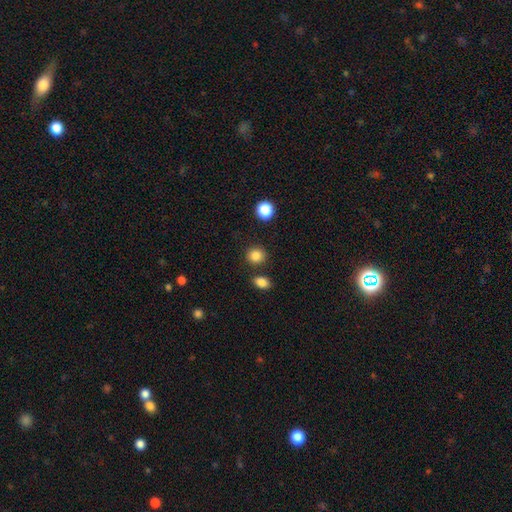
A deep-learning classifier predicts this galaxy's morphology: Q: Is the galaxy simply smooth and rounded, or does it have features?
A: smooth — 86%.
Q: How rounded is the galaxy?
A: round — 82%.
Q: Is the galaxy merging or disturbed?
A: none — 83%.